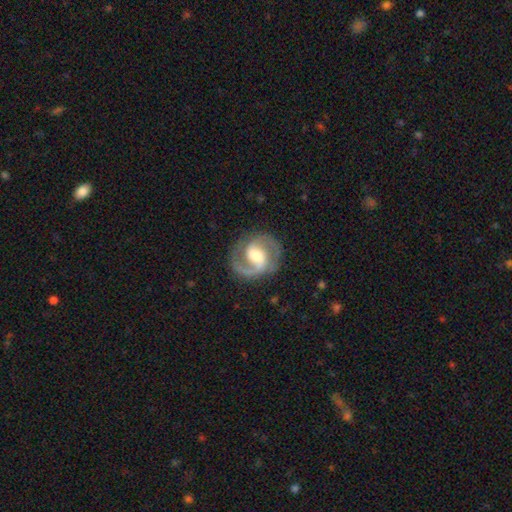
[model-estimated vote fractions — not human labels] Smooth or featured? featured or disk (89%)
Edge-on disk? no (98%)
Bar? weak (49%)
Spiral arms? yes (97%)
Spiral winding? medium (59%)
Spiral arm count? 2 (91%)
Bulge size? moderate (61%)
Merging? none (82%)